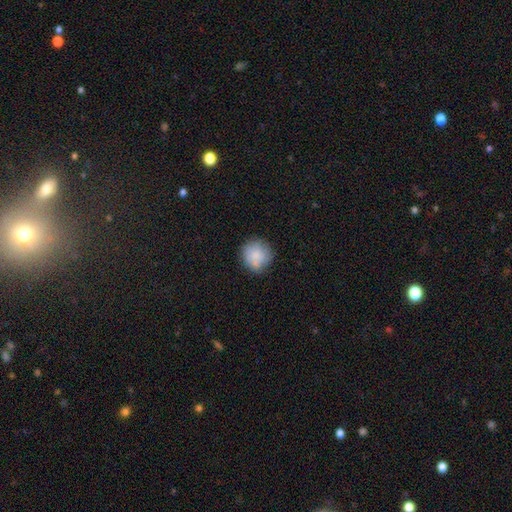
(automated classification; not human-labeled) Overall: smooth (81%). How rounded: round (92%). Merging: none (77%).